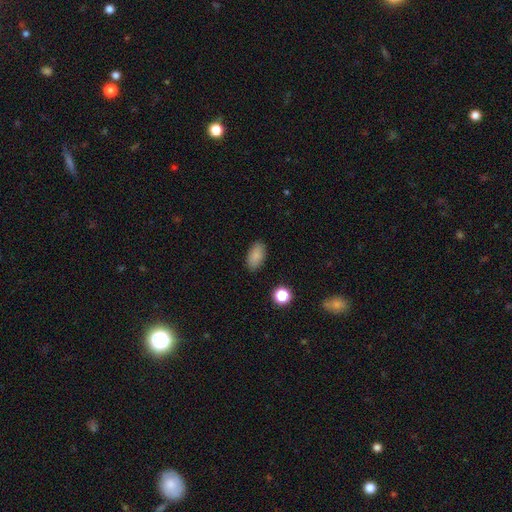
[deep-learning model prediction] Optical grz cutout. It shows a smooth galaxy with no disk features (86%) that is in between round and cigar-shaped (92%). Merging: none (87%).